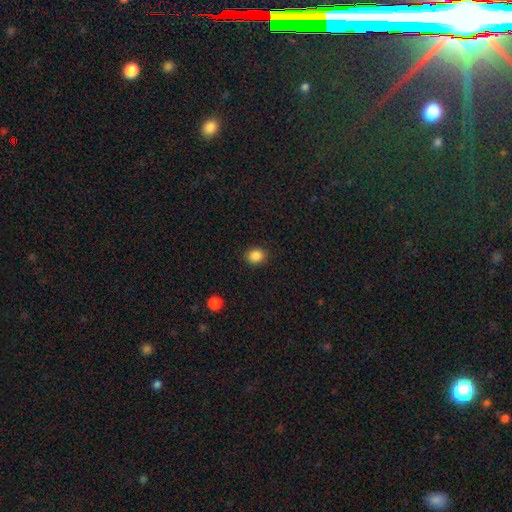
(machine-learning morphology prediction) A smooth galaxy with no disk features (87%) that is round (70%). Merging: none (89%).